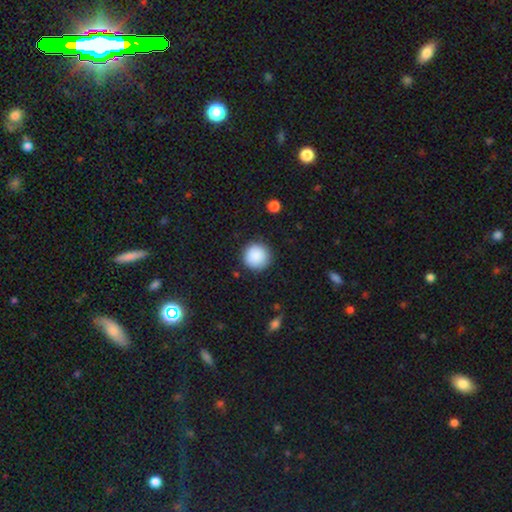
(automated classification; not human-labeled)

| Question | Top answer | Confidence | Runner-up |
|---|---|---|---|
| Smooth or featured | smooth | 89% | star or artifact (8%) |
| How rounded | round | 95% | in between (4%) |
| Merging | none | 91% | minor disturbance (6%) |